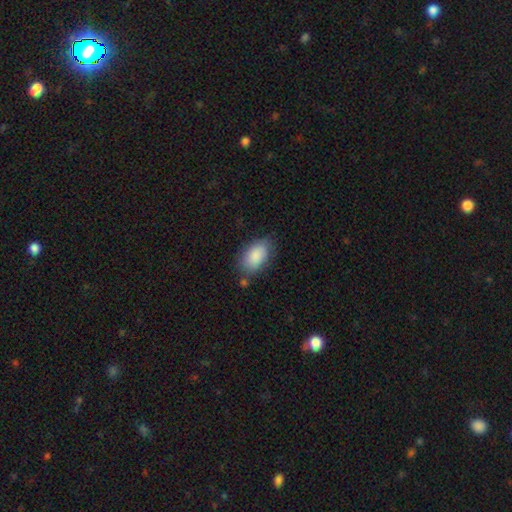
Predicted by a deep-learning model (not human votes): Morphology: type=smooth (88%); roundness=in between (93%); merging=none (73%).